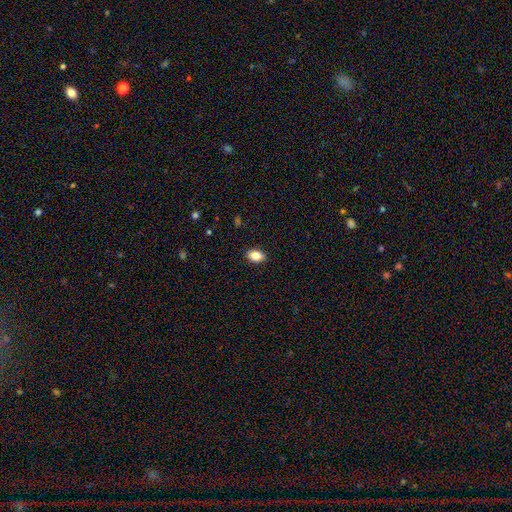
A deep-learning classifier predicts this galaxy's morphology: Q: Smooth or featured?
A: smooth (84%); runner-up: star or artifact (8%)
Q: How rounded?
A: in between (87%); runner-up: round (12%)
Q: Merging?
A: none (90%); runner-up: minor disturbance (8%)